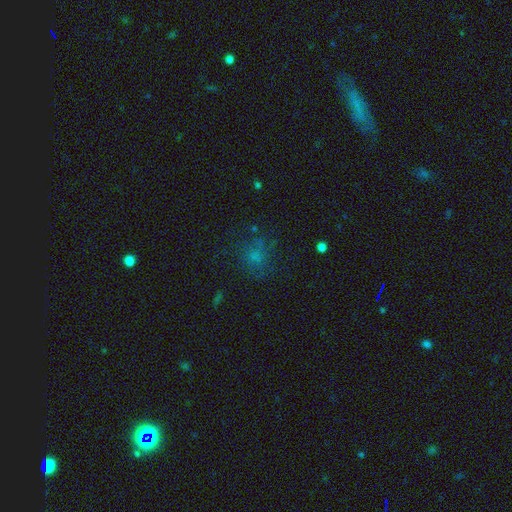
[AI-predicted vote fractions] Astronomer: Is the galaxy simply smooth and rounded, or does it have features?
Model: smooth — 58%.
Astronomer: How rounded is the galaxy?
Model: round — 70%.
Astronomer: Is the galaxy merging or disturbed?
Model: none — 63%.